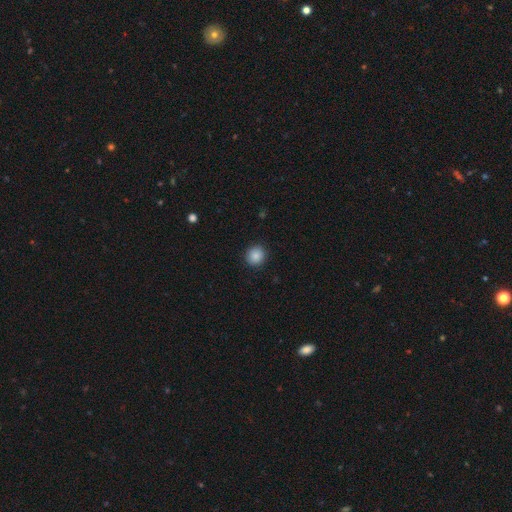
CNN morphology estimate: Q: Smooth or featured?
A: smooth (88%); runner-up: star or artifact (9%)
Q: How rounded?
A: round (88%); runner-up: in between (11%)
Q: Merging?
A: none (90%); runner-up: minor disturbance (7%)